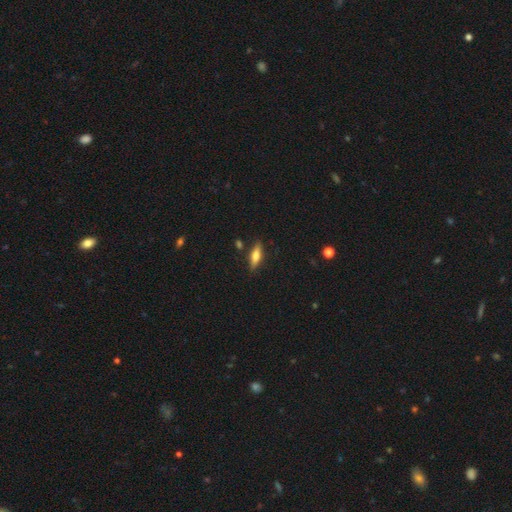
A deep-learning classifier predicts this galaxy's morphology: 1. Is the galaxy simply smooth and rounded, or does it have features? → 58% smooth, 35% featured or disk, 7% star or artifact.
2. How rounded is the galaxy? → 56% cigar-shaped, 41% in between, 3% round.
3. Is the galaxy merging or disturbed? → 85% none, 10% minor disturbance, 3% merger, 2% major disturbance.